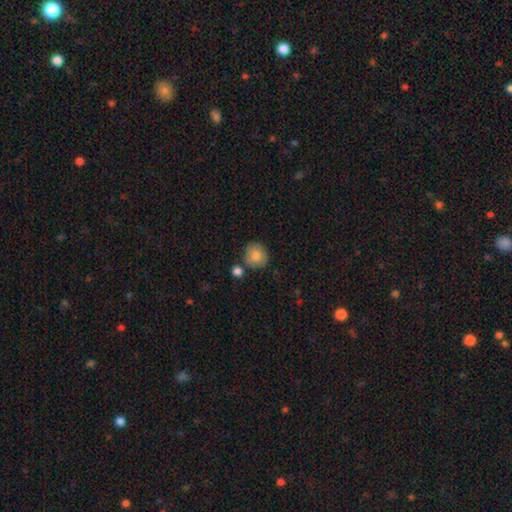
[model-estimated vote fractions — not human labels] Smooth or featured?
  - smooth: 83% *
  - featured or disk: 9%
  - star or artifact: 8%
How rounded?
  - round: 84% *
  - in between: 15%
  - cigar-shaped: 1%
Merging?
  - none: 73% *
  - minor disturbance: 13%
  - merger: 11%
  - major disturbance: 3%